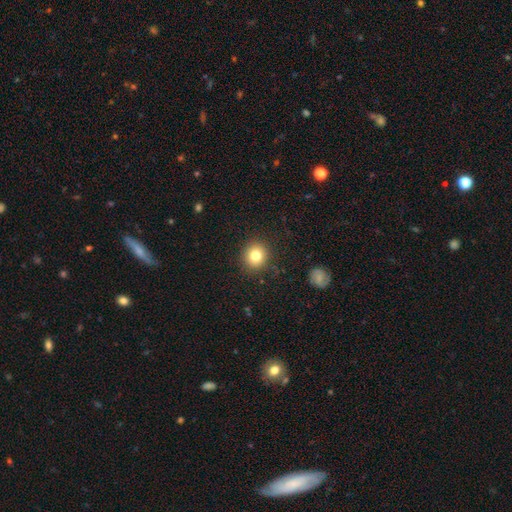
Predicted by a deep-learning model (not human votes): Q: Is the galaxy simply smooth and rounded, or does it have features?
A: smooth — 80%.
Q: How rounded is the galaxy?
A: round — 86%.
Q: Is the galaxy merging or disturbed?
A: none — 89%.